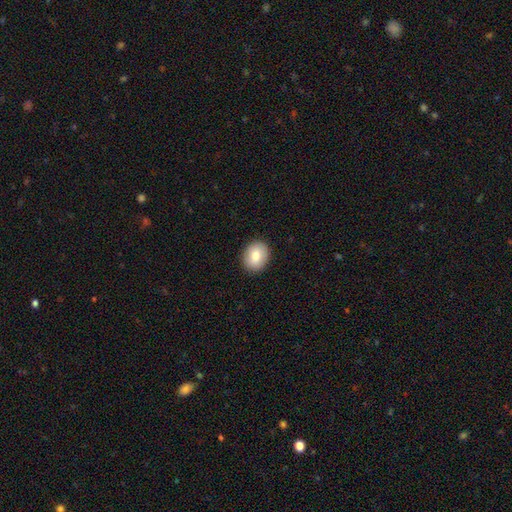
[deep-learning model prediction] Smooth or featured: smooth — 80% (featured or disk — 13%)
How rounded: round — 50% (in between — 49%)
Merging: none — 90% (minor disturbance — 7%)